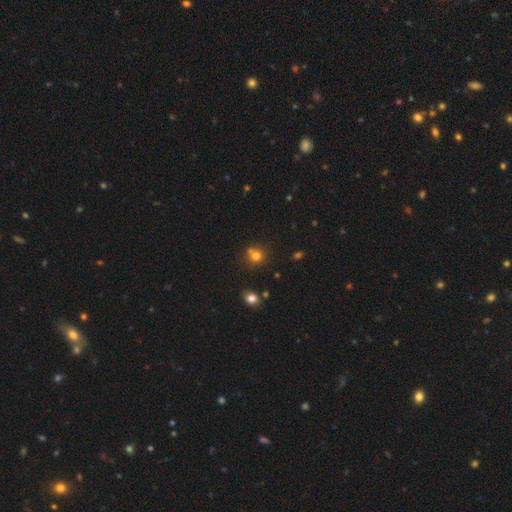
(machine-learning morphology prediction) type=smooth (74%); roundness=round (85%); merging=none (62%).